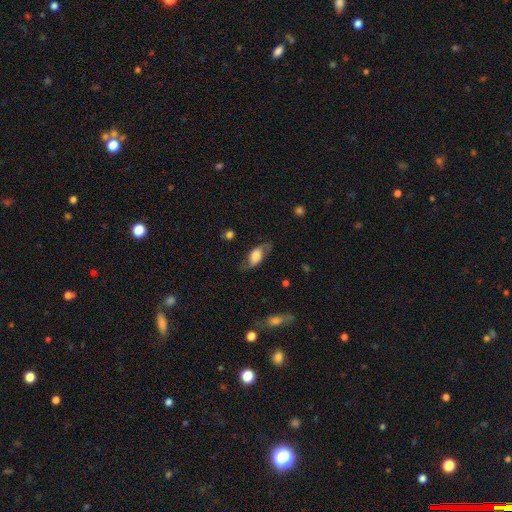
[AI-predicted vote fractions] A featured or disk galaxy (57%).

Vote fractions:
- Smooth or featured? featured or disk: 57% / smooth: 35% / star or artifact: 8%
- Edge-on disk? no: 85% / yes: 15%
- Merging? none: 69% / minor disturbance: 20% / major disturbance: 10% / merger: 2%